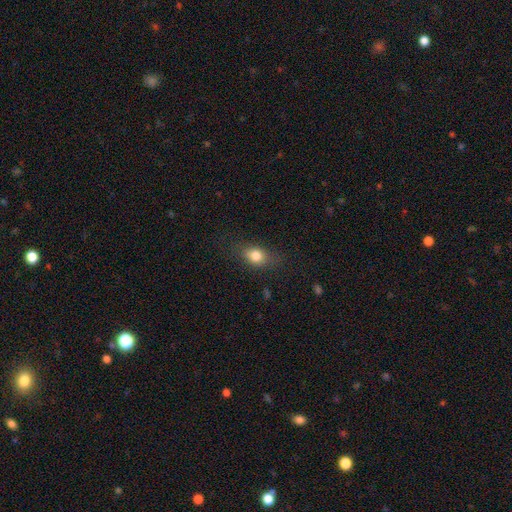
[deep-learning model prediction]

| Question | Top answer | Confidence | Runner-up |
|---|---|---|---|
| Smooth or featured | smooth | 79% | featured or disk (11%) |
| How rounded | in between | 67% | round (29%) |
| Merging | none | 74% | minor disturbance (18%) |